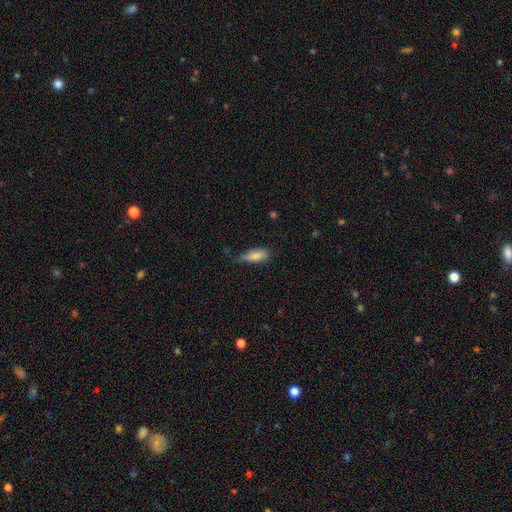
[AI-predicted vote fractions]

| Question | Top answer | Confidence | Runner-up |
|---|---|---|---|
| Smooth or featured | smooth | 81% | featured or disk (12%) |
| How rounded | in between | 67% | cigar-shaped (30%) |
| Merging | none | 46% | minor disturbance (40%) |